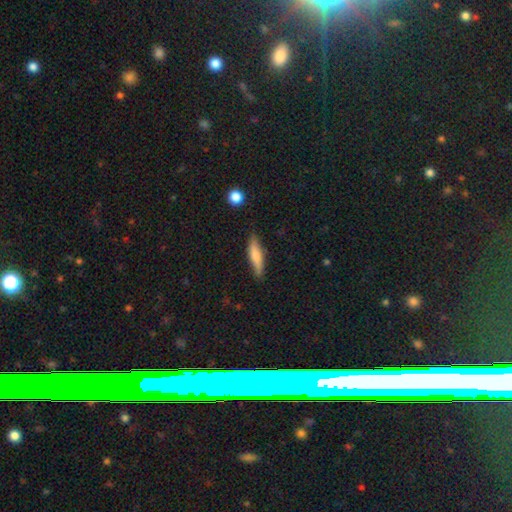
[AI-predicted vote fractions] smooth 68%, featured or disk 26%, star or artifact 6%. Down the decision tree: how rounded — cigar-shaped (75%); merging — none (80%).